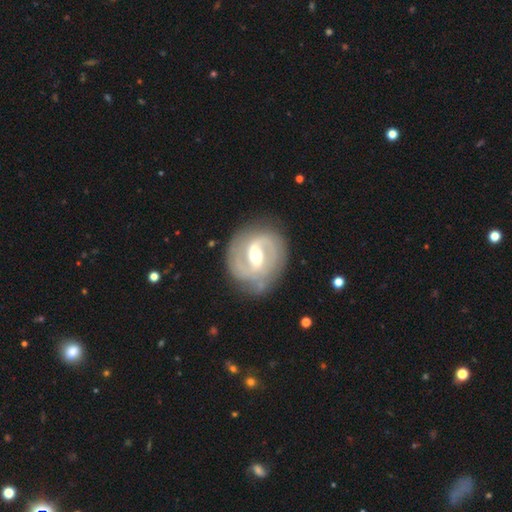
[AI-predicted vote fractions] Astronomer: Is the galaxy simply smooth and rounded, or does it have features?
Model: featured or disk — 88%.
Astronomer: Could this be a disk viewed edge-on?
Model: no — 97%.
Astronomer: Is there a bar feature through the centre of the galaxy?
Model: weak — 47% (runner-up: strong, 40%).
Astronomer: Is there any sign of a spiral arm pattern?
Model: yes — 95%.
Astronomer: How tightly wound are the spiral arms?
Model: medium — 44% (runner-up: tight, 42%).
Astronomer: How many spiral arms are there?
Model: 2 — 80%.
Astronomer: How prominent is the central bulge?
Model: moderate — 67%.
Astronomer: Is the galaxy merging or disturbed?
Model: none — 79%.